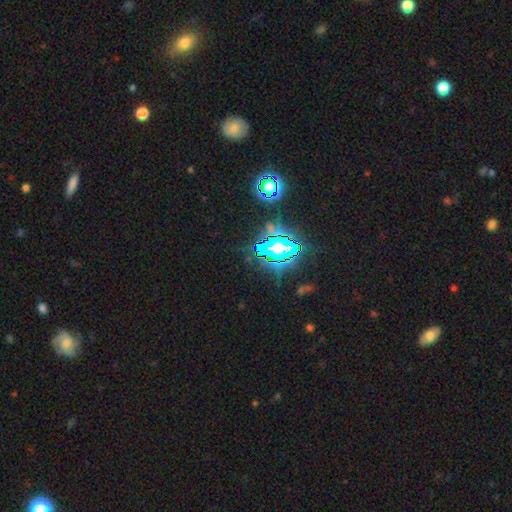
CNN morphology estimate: This appears to be a star or artifact, not a galaxy (81%).